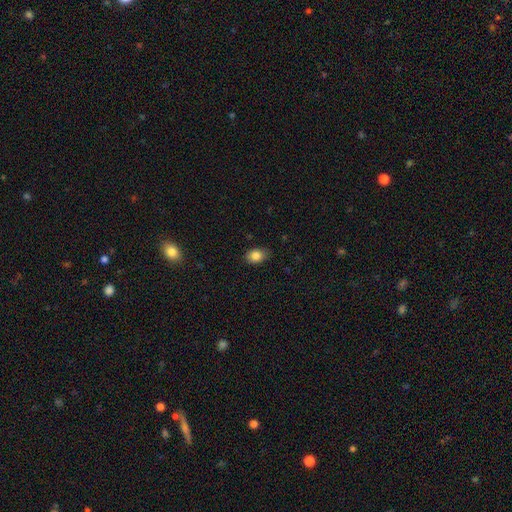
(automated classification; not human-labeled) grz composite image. It shows a smooth galaxy with no disk features (84%) that is in between round and cigar-shaped (76%). Merging: none (82%).